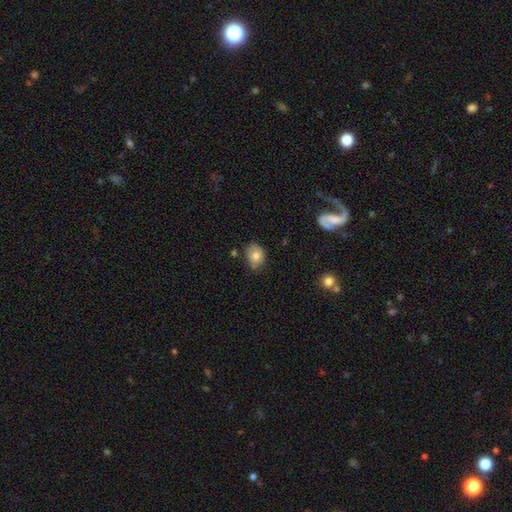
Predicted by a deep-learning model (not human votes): Morphology: type=smooth (76%); roundness=in between (55%); merging=none (67%).